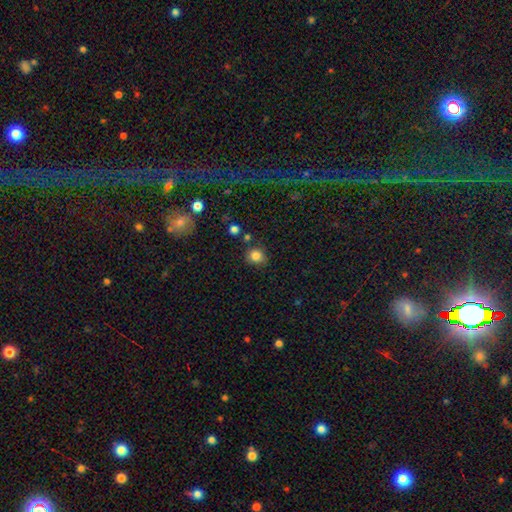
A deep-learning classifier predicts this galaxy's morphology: A smooth galaxy with no disk features (84%) that is round (82%).

Vote fractions:
- Smooth or featured? smooth: 84% / star or artifact: 11% / featured or disk: 5%
- How rounded? round: 82% / in between: 17% / cigar-shaped: 1%
- Merging? none: 80% / minor disturbance: 12% / merger: 4% / major disturbance: 3%